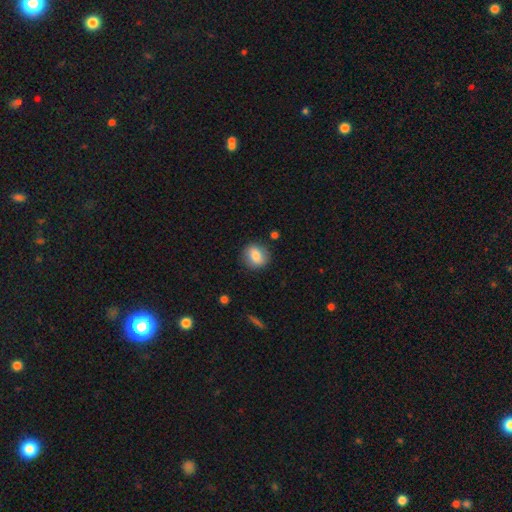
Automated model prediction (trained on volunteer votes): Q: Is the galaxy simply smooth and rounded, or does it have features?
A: smooth — 76%.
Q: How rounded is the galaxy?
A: round — 79%.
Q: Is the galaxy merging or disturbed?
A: none — 85%.